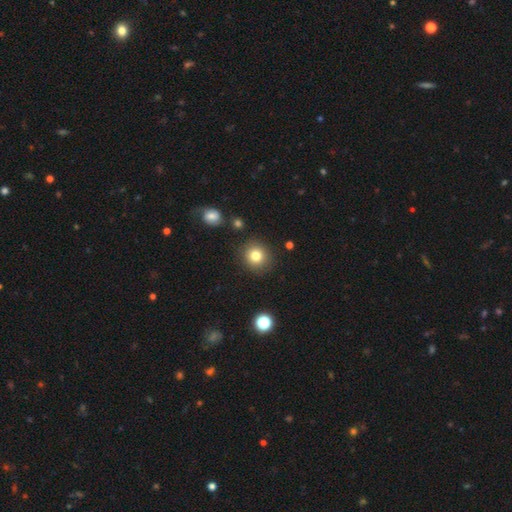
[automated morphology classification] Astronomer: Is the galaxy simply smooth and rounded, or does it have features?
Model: smooth — 80%.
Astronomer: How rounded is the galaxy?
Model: round — 89%.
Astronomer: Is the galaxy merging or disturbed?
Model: none — 87%.